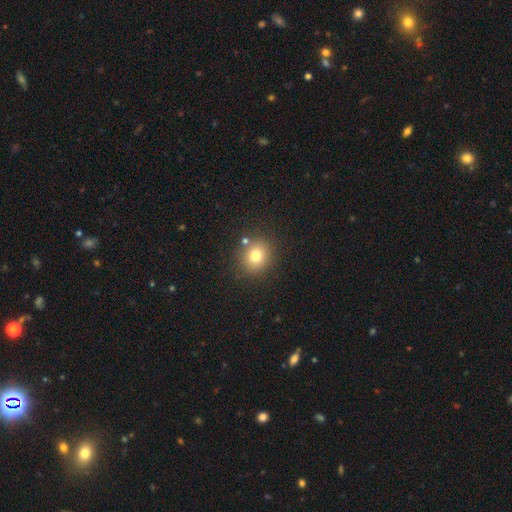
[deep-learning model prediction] Smooth or featured? Predicted: smooth (p=0.77). How rounded? Predicted: round (p=0.82). Merging? Predicted: none (p=0.81).